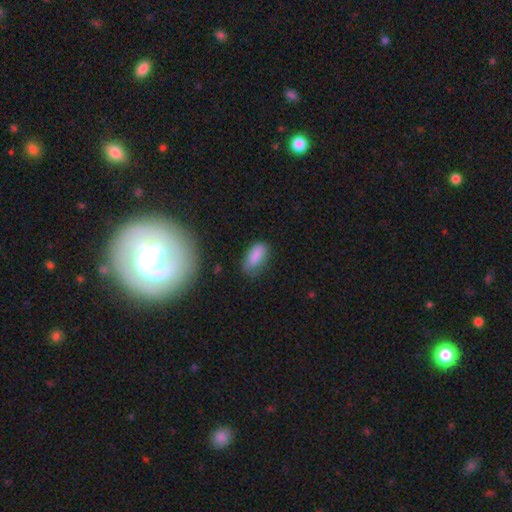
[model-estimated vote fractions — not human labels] A smooth galaxy with no disk features (84%) that is in between round and cigar-shaped (88%). Merging: none (61%).